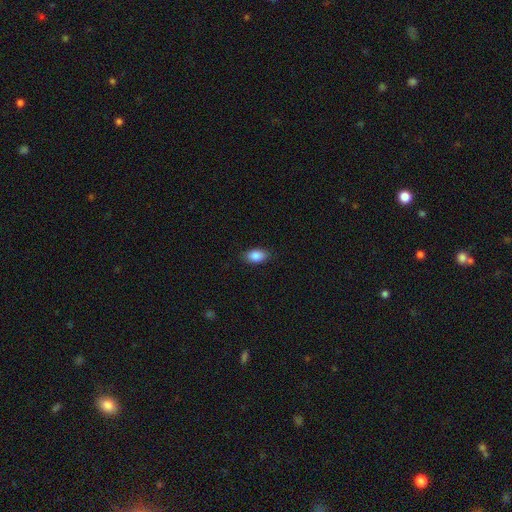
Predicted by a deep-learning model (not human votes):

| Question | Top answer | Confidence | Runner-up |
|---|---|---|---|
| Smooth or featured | smooth | 88% | star or artifact (8%) |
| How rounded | in between | 91% | round (7%) |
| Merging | none | 86% | minor disturbance (10%) |